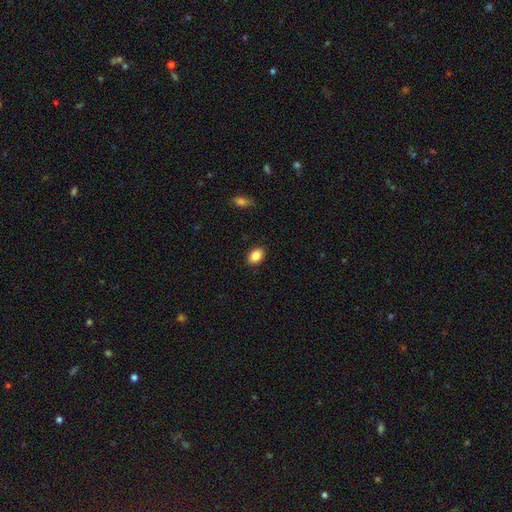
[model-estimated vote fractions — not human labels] The model was most divided on "how rounded": in between: 84%, round: 15%, cigar-shaped: 1%. More confident: merging — none (89%); smooth or featured — smooth (86%).